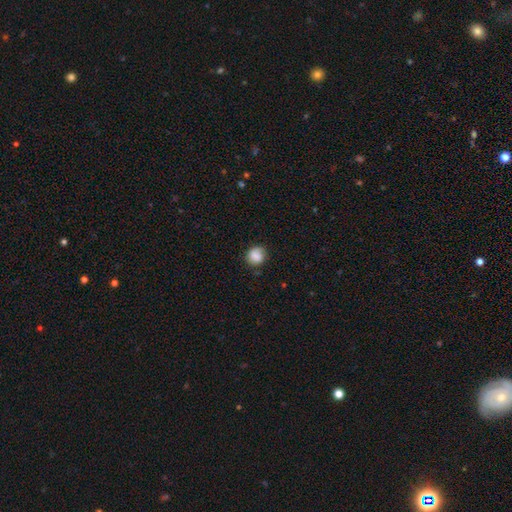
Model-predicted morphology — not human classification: Smooth or featured?
  - smooth: 84% *
  - star or artifact: 9%
  - featured or disk: 7%
How rounded?
  - round: 80% *
  - in between: 19%
  - cigar-shaped: 1%
Merging?
  - none: 72% *
  - minor disturbance: 21%
  - major disturbance: 5%
  - merger: 2%